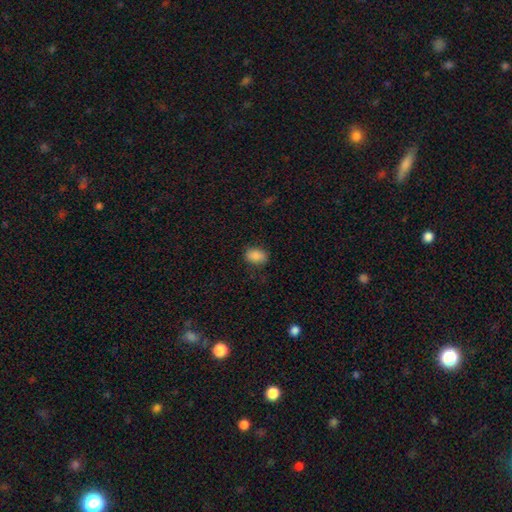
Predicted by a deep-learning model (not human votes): Overall: smooth (87%). How rounded: in between (84%). Merging: none (83%).